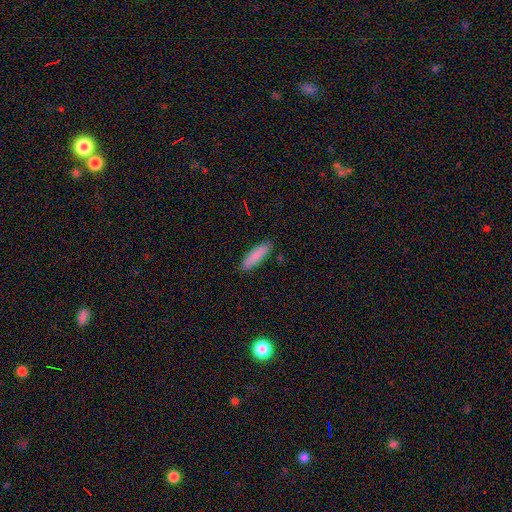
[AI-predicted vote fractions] Smooth or featured? smooth (87%)
How rounded? cigar-shaped (60%)
Merging? none (86%)